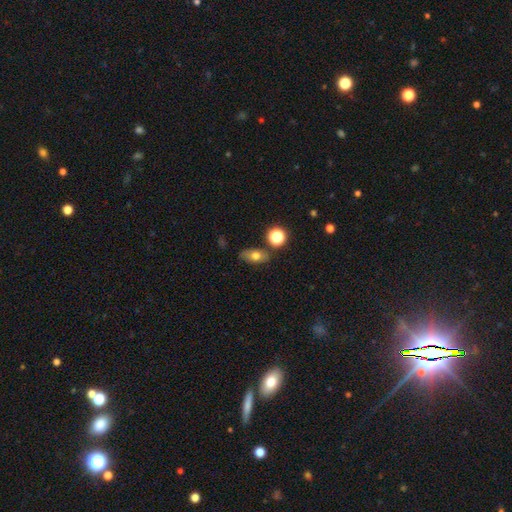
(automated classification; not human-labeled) This is likely a smooth galaxy (70%). How rounded: clearly in between (81%). Merging: likely none (73%).